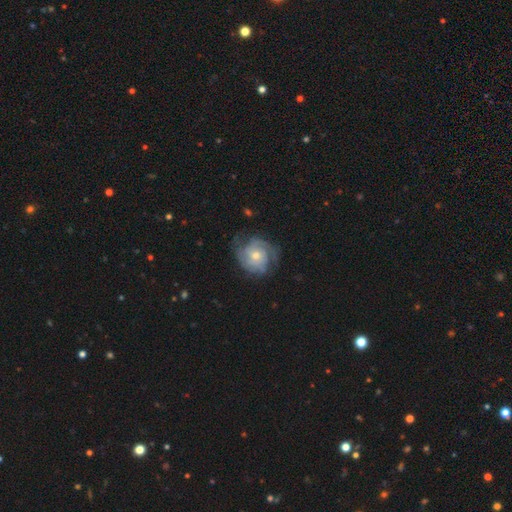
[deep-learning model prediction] Morphology: type=featured or disk (75%); edge-on=no (98%); bar=no (76%); spiral arms=yes (91%); winding=tight (56%); arm count=can't tell (33%); bulge=moderate (53%); merging=none (66%).